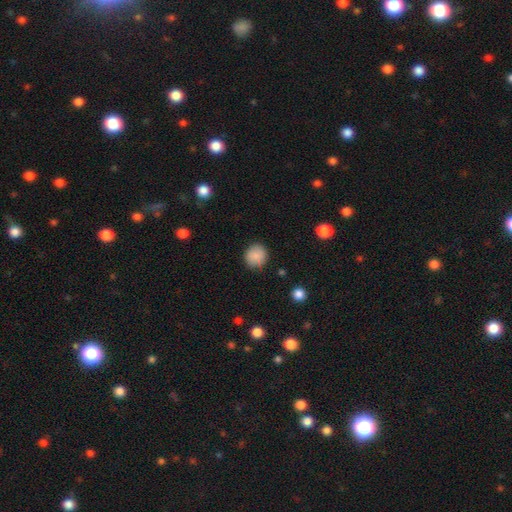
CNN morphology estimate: Smooth or featured? Predicted: smooth (p=0.86). How rounded? Predicted: round (p=0.88). Merging? Predicted: none (p=0.86).